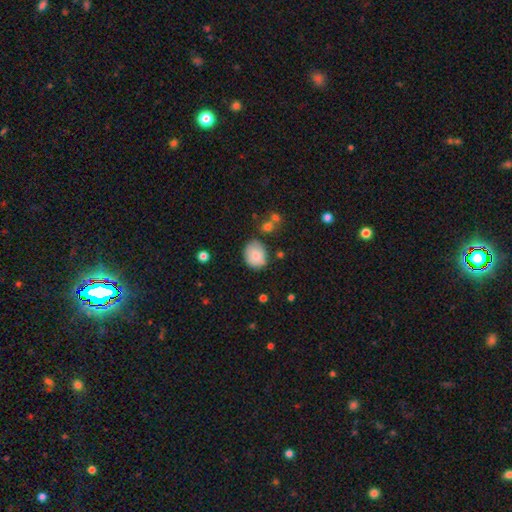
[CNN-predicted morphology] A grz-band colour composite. It shows a smooth galaxy with no disk features (80%) that is round (59%). Merging: none (67%).